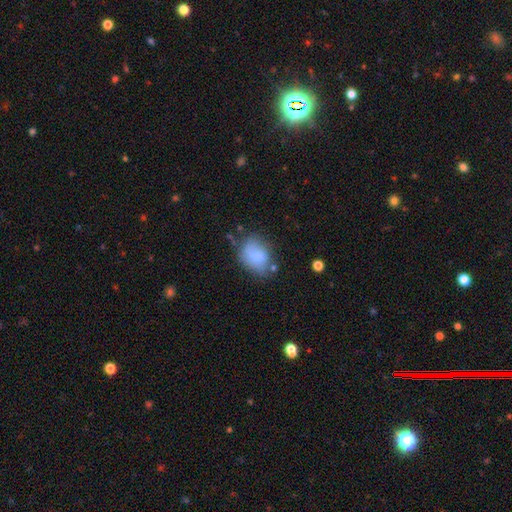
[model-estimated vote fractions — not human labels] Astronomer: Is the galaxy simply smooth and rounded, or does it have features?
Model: smooth — 78%.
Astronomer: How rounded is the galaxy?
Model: in between — 69%.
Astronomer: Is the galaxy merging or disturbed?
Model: none — 52% (runner-up: minor disturbance, 29%).